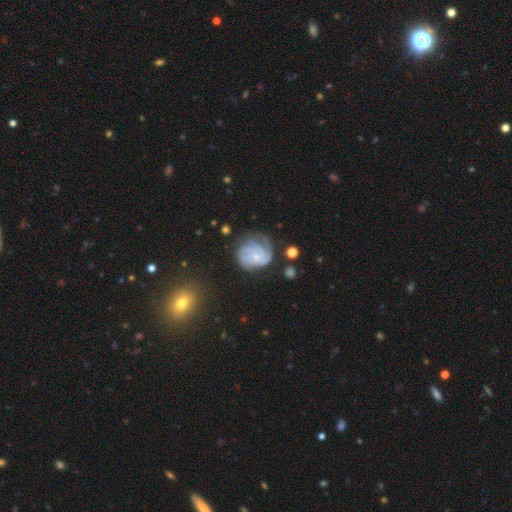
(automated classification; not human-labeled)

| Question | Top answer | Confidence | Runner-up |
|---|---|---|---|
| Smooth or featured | featured or disk | 72% | smooth (20%) |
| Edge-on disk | no | 98% | yes (2%) |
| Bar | no | 77% | weak (20%) |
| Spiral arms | yes | 90% | no (10%) |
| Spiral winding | tight | 56% | medium (31%) |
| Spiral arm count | can't tell | 36% | 3 (25%) |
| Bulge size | small | 74% | moderate (16%) |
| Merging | none | 49% | minor disturbance (25%) |